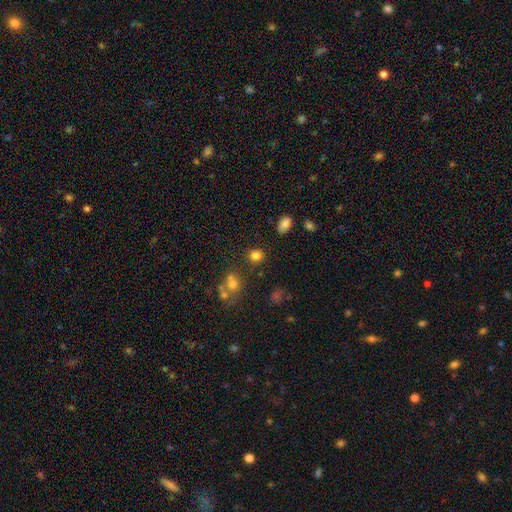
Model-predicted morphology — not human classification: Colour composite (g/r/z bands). It shows a smooth galaxy with no disk features (80%) that is round (75%). Merging: none (78%).